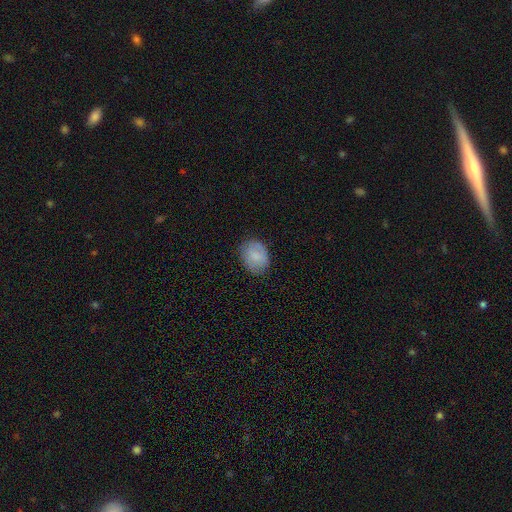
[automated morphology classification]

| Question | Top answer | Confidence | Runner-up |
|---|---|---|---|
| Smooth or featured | smooth | 81% | featured or disk (12%) |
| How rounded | in between | 61% | round (38%) |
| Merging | none | 79% | minor disturbance (16%) |